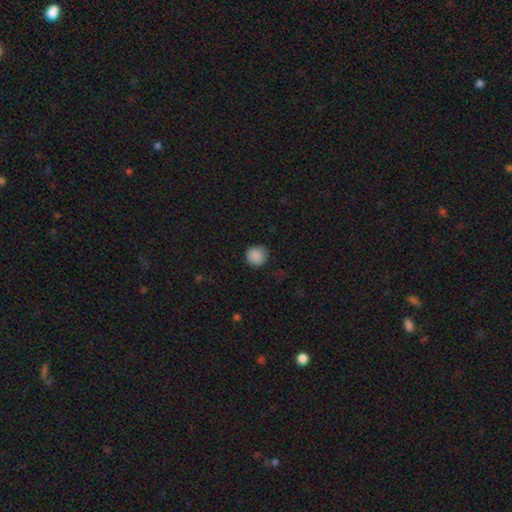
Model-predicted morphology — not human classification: The model was most divided on "merging": none: 84%, minor disturbance: 12%, major disturbance: 3%, merger: 1%. More confident: how rounded — round (91%); smooth or featured — smooth (88%).